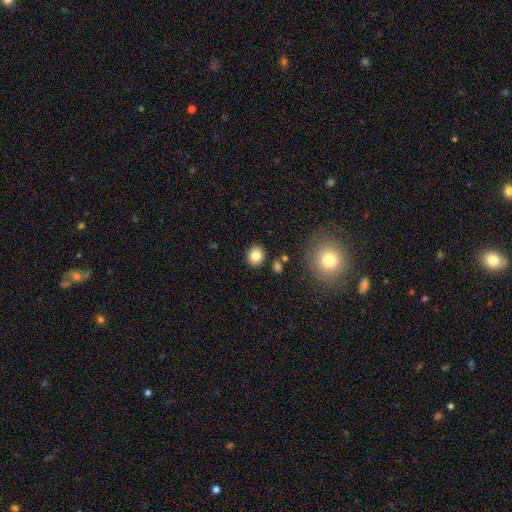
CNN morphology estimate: Q: Smooth or featured?
A: smooth (83%); runner-up: star or artifact (10%)
Q: How rounded?
A: round (83%); runner-up: in between (16%)
Q: Merging?
A: none (87%); runner-up: minor disturbance (7%)